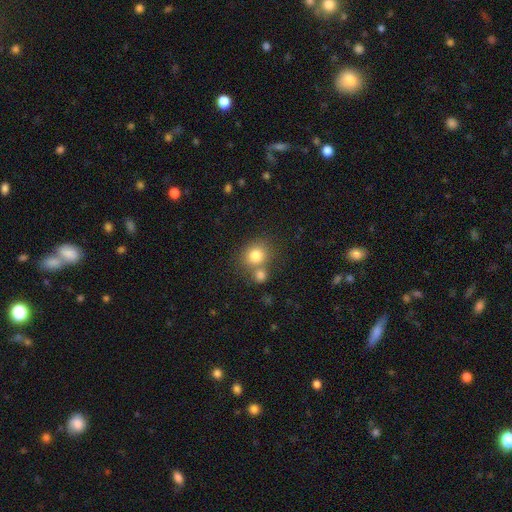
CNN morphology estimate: smooth_or_featured: smooth (p=0.80) [alt: star or artifact p=0.11]
how_rounded: round (p=0.78) [alt: in between p=0.21]
merging: none (p=0.55) [alt: merger p=0.32]